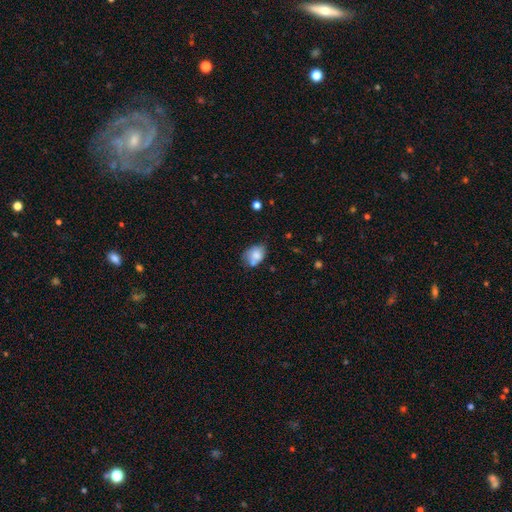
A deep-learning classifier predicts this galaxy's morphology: Overall: smooth (74%). How rounded: in between (66%; round 33%). Merging: none (46%; minor disturbance 30%).